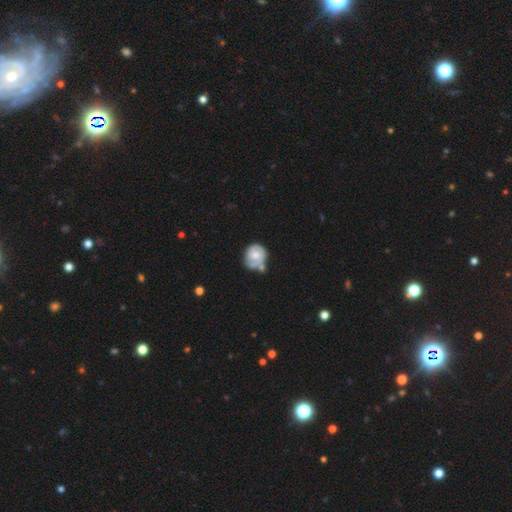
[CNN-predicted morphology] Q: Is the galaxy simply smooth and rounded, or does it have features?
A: featured or disk — 58%.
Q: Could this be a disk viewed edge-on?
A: no — 98%.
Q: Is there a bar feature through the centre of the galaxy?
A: no — 66%.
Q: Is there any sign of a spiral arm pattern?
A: yes — 77%.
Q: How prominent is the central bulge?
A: moderate — 56%.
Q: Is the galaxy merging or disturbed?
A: none — 43%.